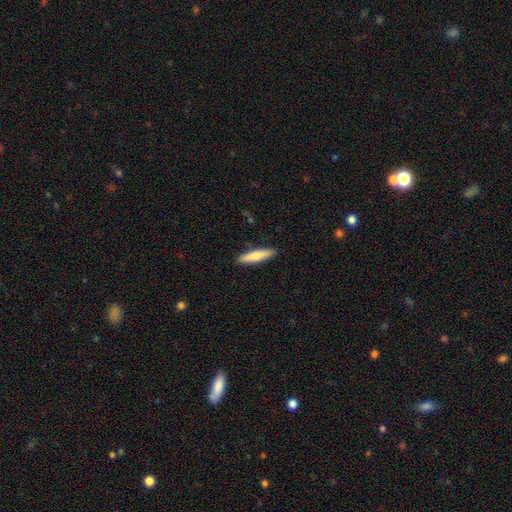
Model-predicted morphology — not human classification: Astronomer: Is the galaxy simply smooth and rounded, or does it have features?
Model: smooth — 67%.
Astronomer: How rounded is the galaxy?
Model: cigar-shaped — 81%.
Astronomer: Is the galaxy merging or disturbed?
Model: none — 90%.